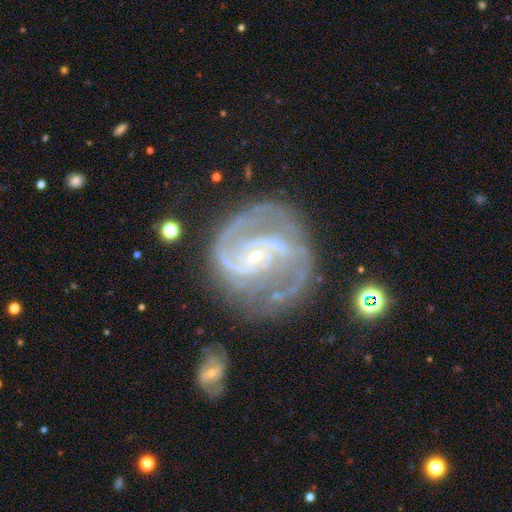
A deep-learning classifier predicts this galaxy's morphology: This appears to be a featured or disk galaxy (91%) with a weak bar (41%), 2 (72%) medium (50%) spiral arms (98%) and a small central bulge (82%). Merging: none (62%).